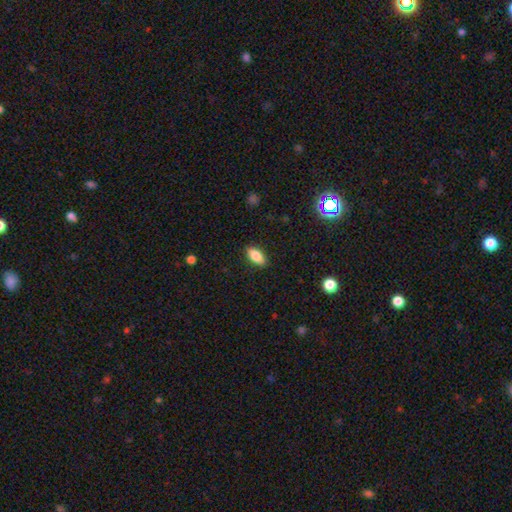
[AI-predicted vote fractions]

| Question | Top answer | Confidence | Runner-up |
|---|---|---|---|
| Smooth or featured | smooth | 82% | featured or disk (11%) |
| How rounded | in between | 86% | cigar-shaped (10%) |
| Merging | none | 88% | minor disturbance (9%) |